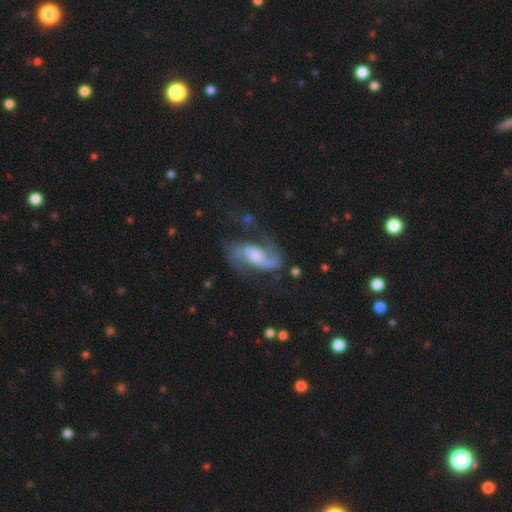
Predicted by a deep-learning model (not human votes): smooth_or_featured: featured or disk (p=0.82) [alt: smooth p=0.12]
disk_edge_on: no (p=0.96) [alt: yes p=0.04]
bar: no (p=0.45) [alt: weak p=0.40]
has_spiral_arms: yes (p=0.95) [alt: no p=0.05]
spiral_winding: medium (p=0.46) [alt: loose p=0.40]
spiral_arm_count: 2 (p=0.75) [alt: 1 p=0.17]
bulge_size: moderate (p=0.40) [alt: small p=0.25]
merging: none (p=0.52) [alt: major disturbance p=0.25]